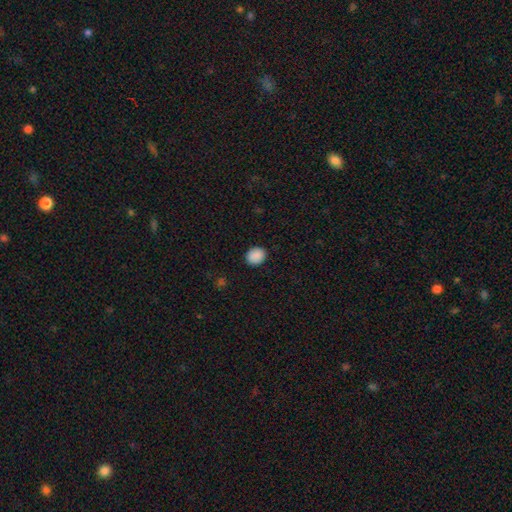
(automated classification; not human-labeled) This is clearly a smooth galaxy (89%). How rounded: likely round (65%). Merging: clearly none (89%).